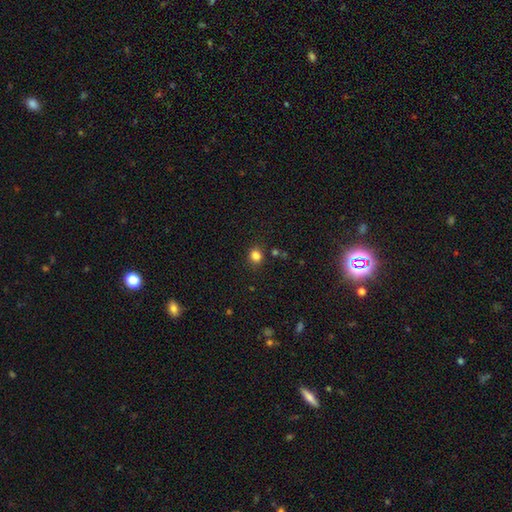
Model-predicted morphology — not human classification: Smooth or featured: smooth — 82% (star or artifact — 13%)
How rounded: round — 78% (in between — 22%)
Merging: none — 85% (minor disturbance — 9%)